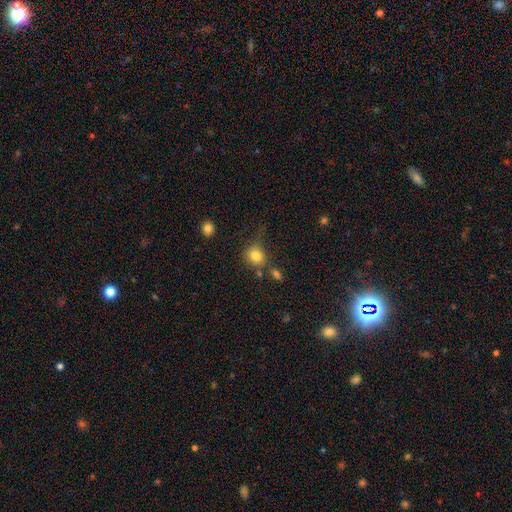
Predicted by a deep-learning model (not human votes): Smooth or featured? Predicted: smooth (p=0.81). How rounded? Predicted: round (p=0.78). Merging? Predicted: none (p=0.60).